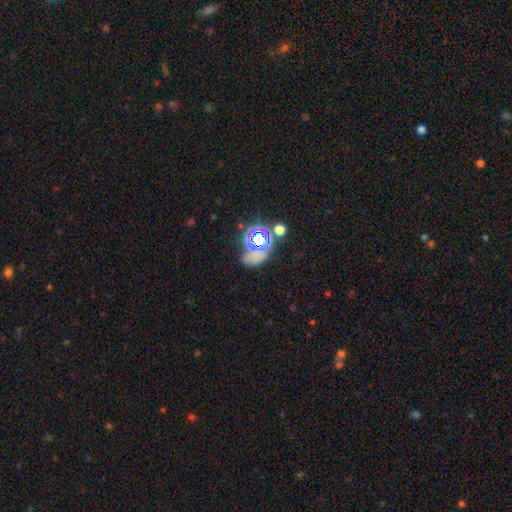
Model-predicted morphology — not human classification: The model was most divided on "smooth or featured": star or artifact: 44%, smooth: 41%, featured or disk: 15%.